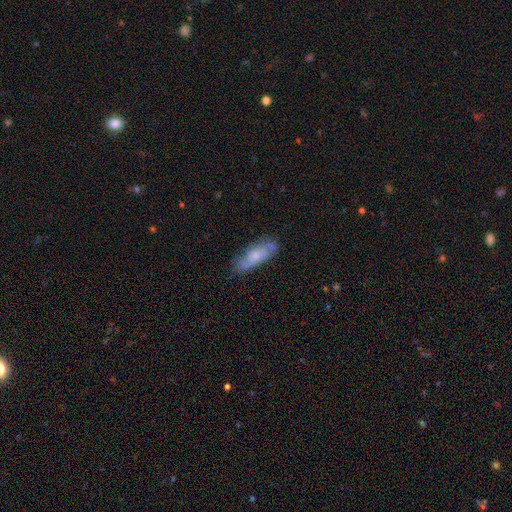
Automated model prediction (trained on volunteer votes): Smooth or featured? Predicted: smooth (p=0.49). Merging? Predicted: none (p=0.66).